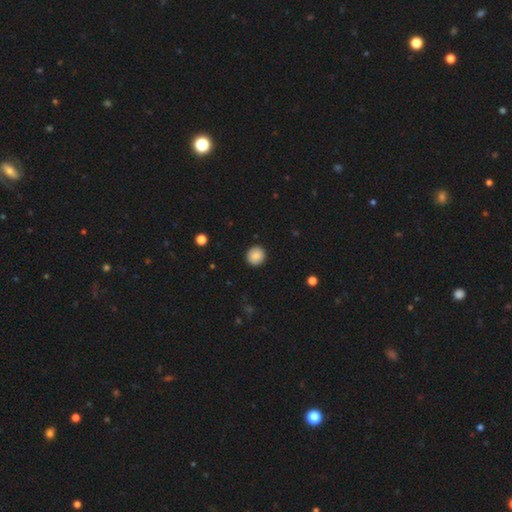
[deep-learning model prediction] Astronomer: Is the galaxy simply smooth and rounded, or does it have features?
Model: smooth — 87%.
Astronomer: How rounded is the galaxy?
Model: round — 93%.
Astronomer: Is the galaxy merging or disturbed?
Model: none — 92%.